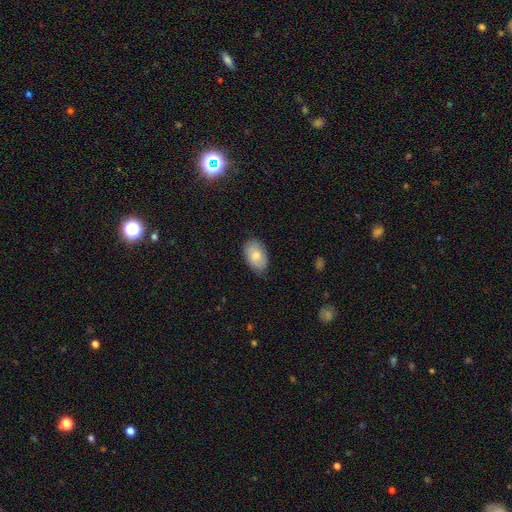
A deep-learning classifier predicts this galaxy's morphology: The model was most divided on "smooth or featured": smooth: 76%, featured or disk: 17%, star or artifact: 6%. More confident: how rounded — in between (91%); merging — none (80%).